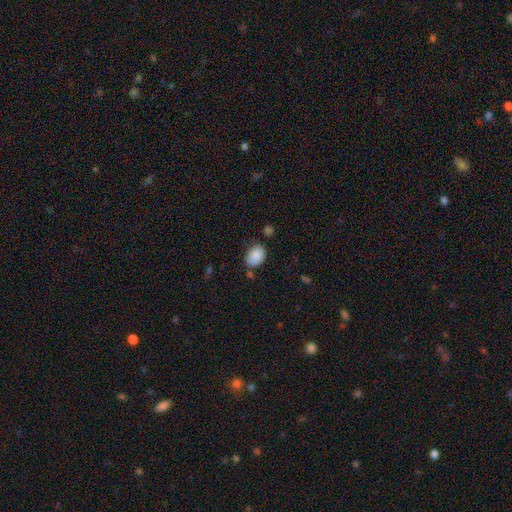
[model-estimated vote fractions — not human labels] The model was most divided on "merging": none: 69%, minor disturbance: 20%, merger: 6%, major disturbance: 5%. More confident: smooth or featured — smooth (88%); how rounded — in between (78%).